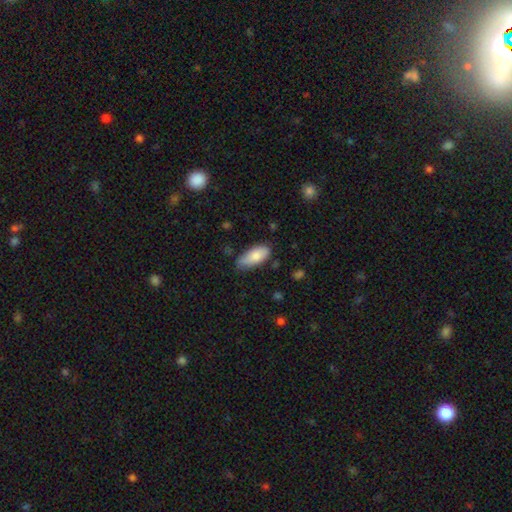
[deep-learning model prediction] smooth 82%, featured or disk 11%, star or artifact 6%. Down the decision tree: how rounded — in between (85%); merging — none (67%).